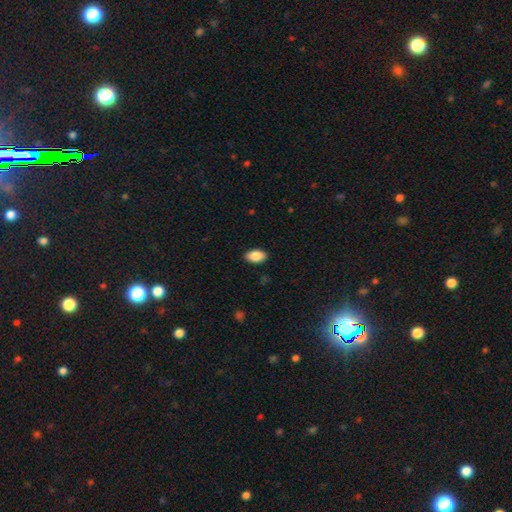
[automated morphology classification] A smooth galaxy with no disk features (88%) that is in between round and cigar-shaped (93%). Merging: none (89%).